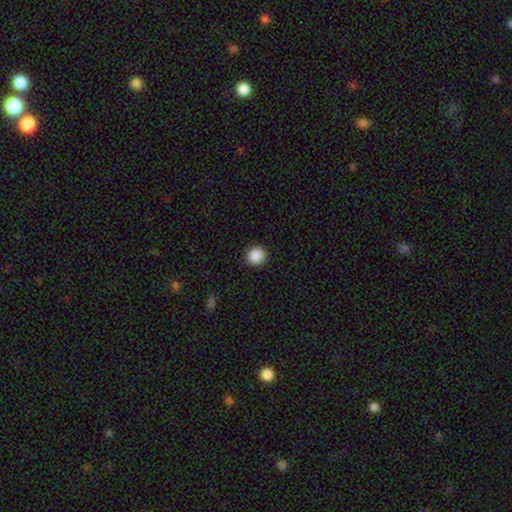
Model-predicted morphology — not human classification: This is clearly a smooth galaxy (89%). How rounded: clearly round (87%). Merging: clearly none (91%).